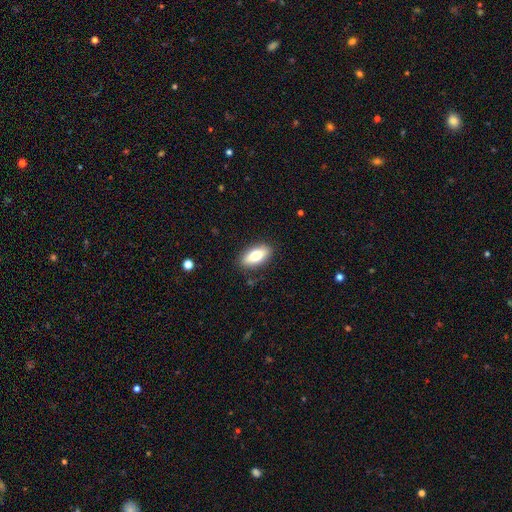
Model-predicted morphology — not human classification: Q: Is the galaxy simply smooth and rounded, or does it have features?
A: smooth — 72%.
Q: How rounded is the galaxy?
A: in between — 85%.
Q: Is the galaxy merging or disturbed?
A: none — 86%.